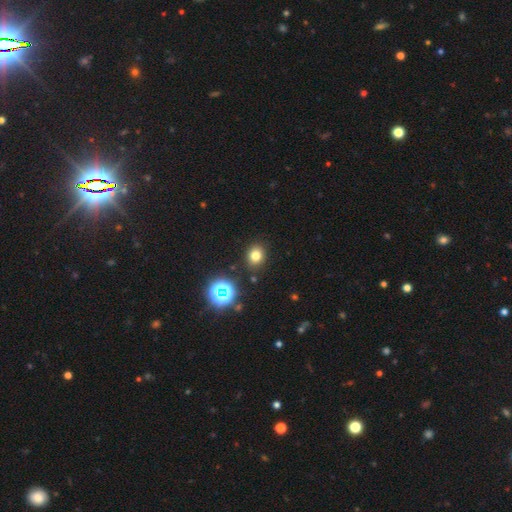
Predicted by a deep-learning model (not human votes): Smooth or featured? Predicted: smooth (p=0.75). How rounded? Predicted: round (p=0.66). Merging? Predicted: none (p=0.88).